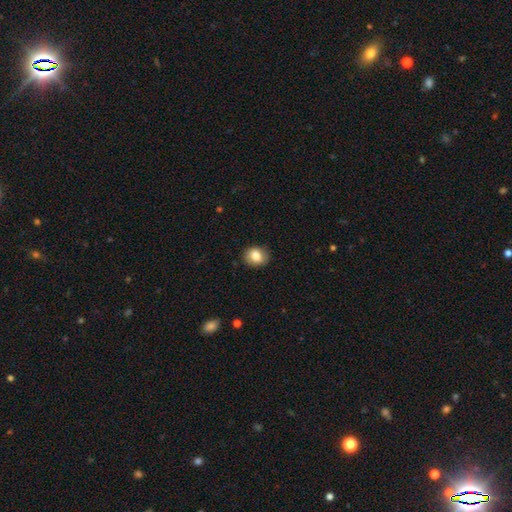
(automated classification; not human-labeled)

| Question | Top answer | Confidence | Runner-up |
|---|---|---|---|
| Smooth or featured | smooth | 84% | star or artifact (9%) |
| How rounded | round | 60% | in between (39%) |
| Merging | none | 87% | minor disturbance (10%) |